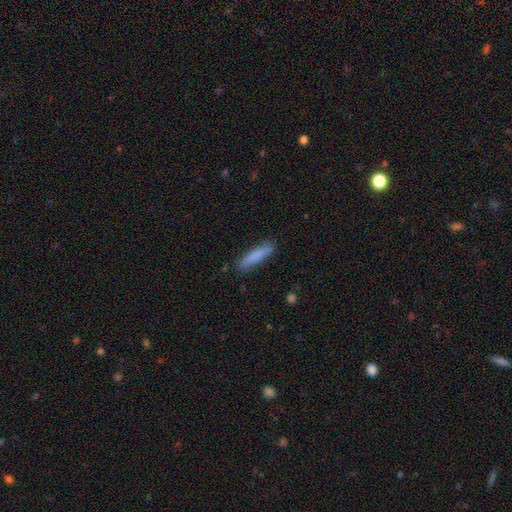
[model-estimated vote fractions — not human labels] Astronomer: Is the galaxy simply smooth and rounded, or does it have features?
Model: smooth — 82%.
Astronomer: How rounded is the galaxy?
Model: cigar-shaped — 86%.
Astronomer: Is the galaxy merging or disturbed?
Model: none — 84%.